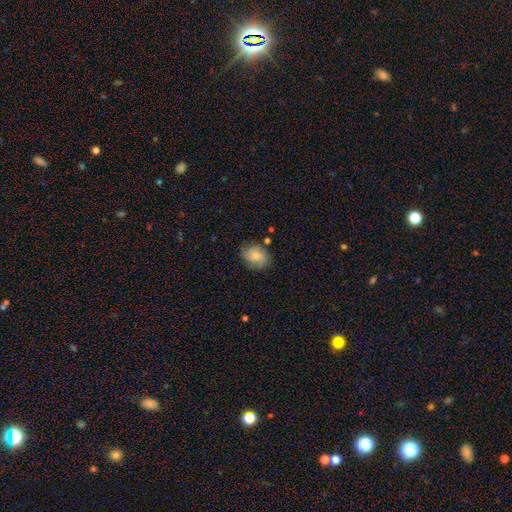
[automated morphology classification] Smooth or featured: smooth — 79% (featured or disk — 14%)
How rounded: in between — 56% (round — 43%)
Merging: none — 75% (minor disturbance — 18%)